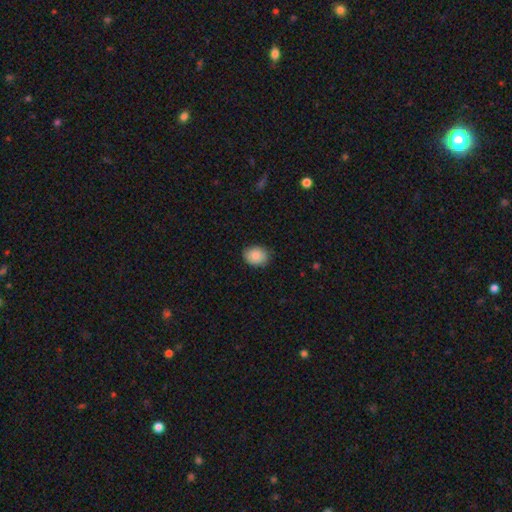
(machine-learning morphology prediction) Smooth or featured? smooth (88%)
How rounded? in between (60%)
Merging? none (84%)